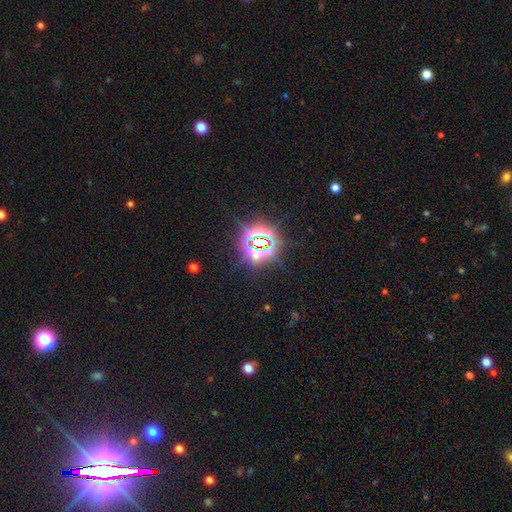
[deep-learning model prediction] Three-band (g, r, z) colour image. It shows a star or artifact, not a galaxy (81%).